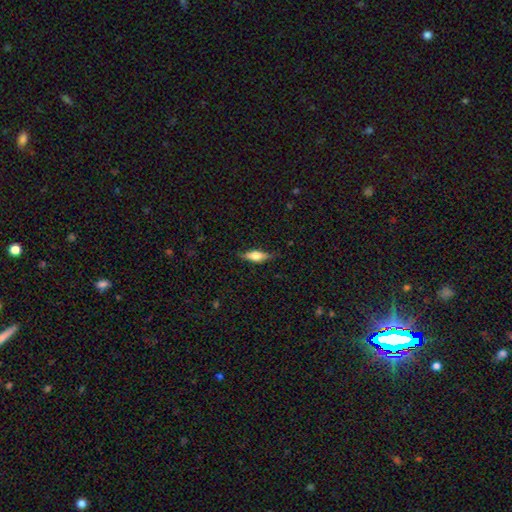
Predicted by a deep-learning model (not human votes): Q: Smooth or featured?
A: smooth (53%); runner-up: featured or disk (40%)
Q: How rounded?
A: in between (57%); runner-up: cigar-shaped (40%)
Q: Merging?
A: none (79%); runner-up: minor disturbance (17%)